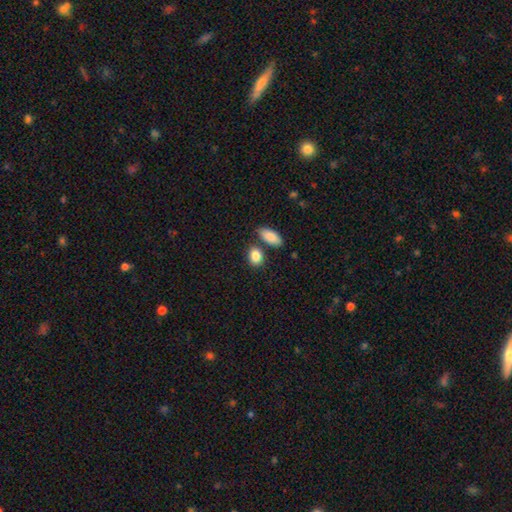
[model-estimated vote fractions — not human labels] Smooth or featured? smooth (87%)
How rounded? in between (69%)
Merging? none (68%)